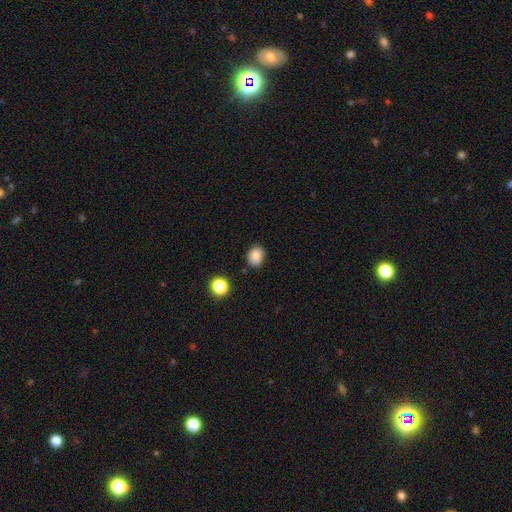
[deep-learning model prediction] Smooth or featured: smooth — 85% (star or artifact — 10%)
How rounded: in between — 59% (round — 40%)
Merging: none — 80% (minor disturbance — 14%)